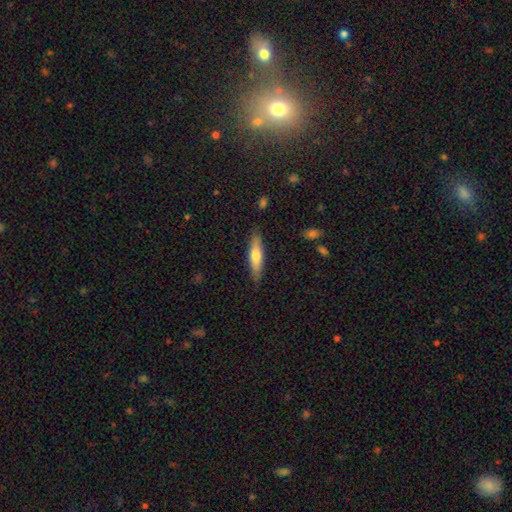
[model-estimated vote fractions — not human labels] This appears to be a smooth galaxy with no disk features (62%) that is cigar-shaped (74%). Merging: none (86%).